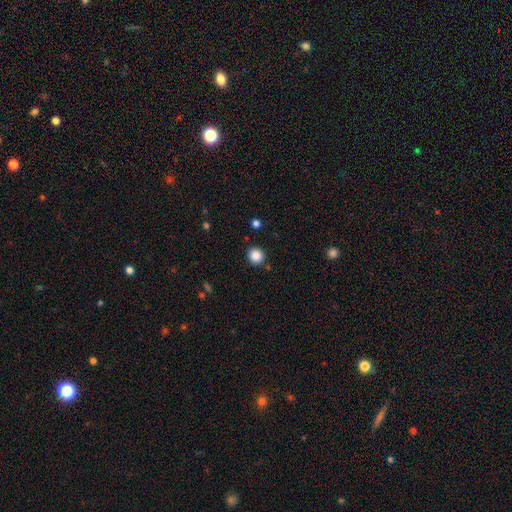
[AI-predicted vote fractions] Q: Smooth or featured?
A: smooth (87%); runner-up: star or artifact (10%)
Q: How rounded?
A: round (90%); runner-up: in between (9%)
Q: Merging?
A: none (89%); runner-up: minor disturbance (7%)